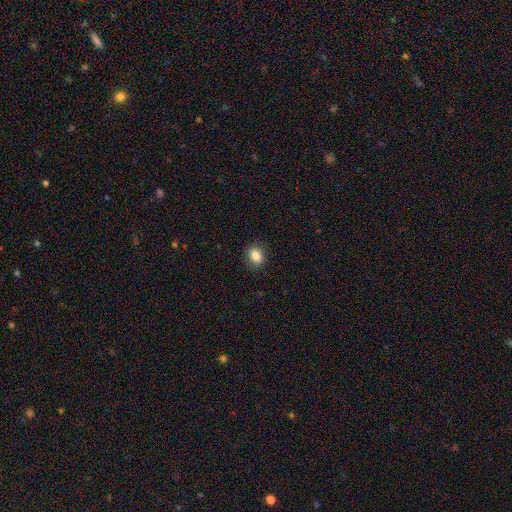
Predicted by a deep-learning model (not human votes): Q: Smooth or featured?
A: smooth (85%); runner-up: star or artifact (10%)
Q: How rounded?
A: in between (51%); runner-up: round (48%)
Q: Merging?
A: none (87%); runner-up: minor disturbance (9%)